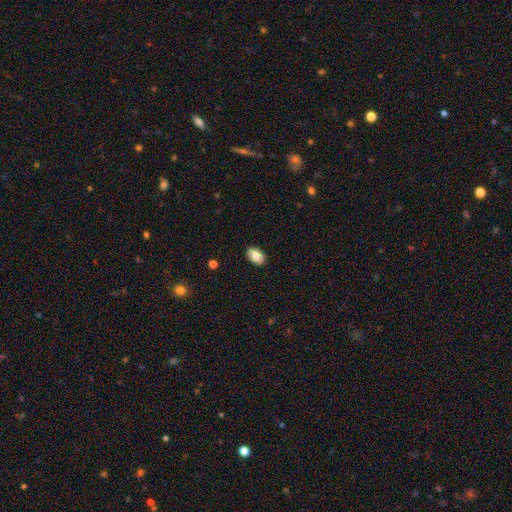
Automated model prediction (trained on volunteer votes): This is likely a smooth galaxy (75%). How rounded: clearly in between (89%). Merging: clearly none (86%).